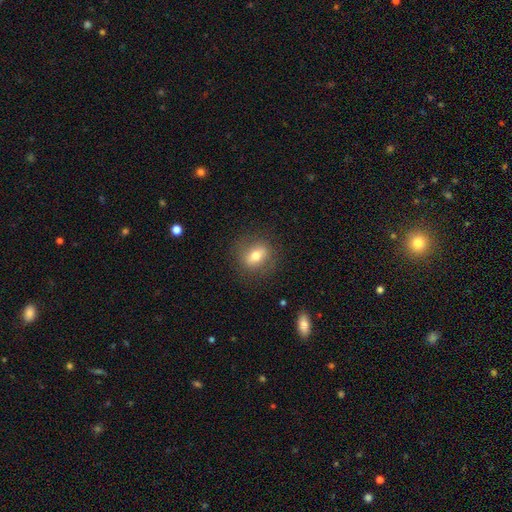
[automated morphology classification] This is likely a smooth galaxy (65%). How rounded: possibly round (49%, tied with in between). Merging: clearly none (82%).